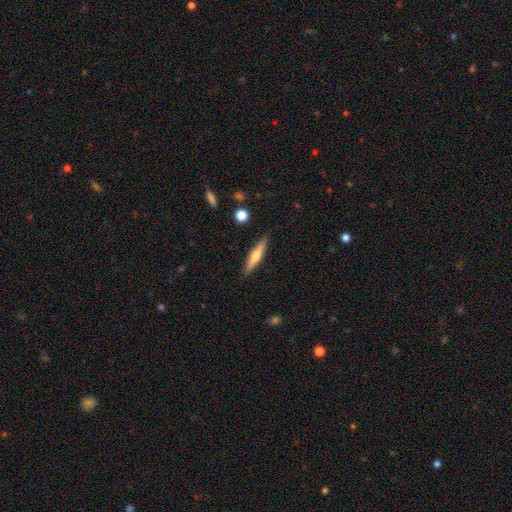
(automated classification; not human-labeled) A smooth galaxy with no disk features (52%) that is cigar-shaped (87%).

Vote fractions:
- Smooth or featured? smooth: 52% / featured or disk: 42% / star or artifact: 6%
- How rounded? cigar-shaped: 87% / in between: 11% / round: 2%
- Merging? none: 88% / minor disturbance: 9% / major disturbance: 2% / merger: 1%